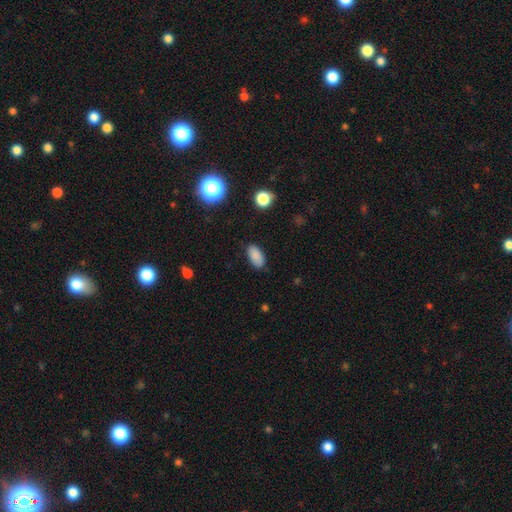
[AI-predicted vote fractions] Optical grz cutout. It shows a smooth galaxy with no disk features (87%) that is in between round and cigar-shaped (93%). Merging: none (86%).